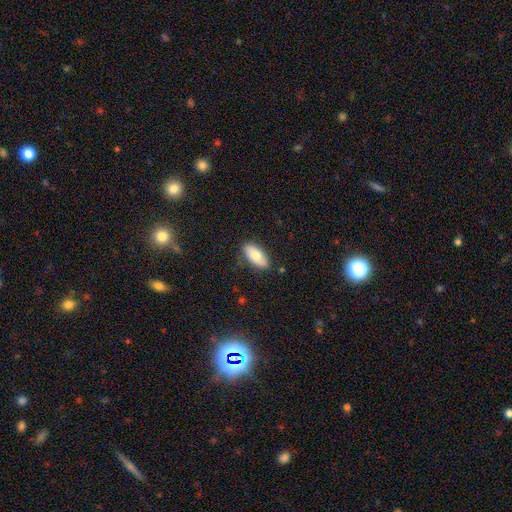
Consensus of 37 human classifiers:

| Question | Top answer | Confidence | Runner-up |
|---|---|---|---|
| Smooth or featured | smooth | 89% | featured or disk (11%) |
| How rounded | in between | 88% | cigar-shaped (12%) |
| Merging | none | 84% | minor disturbance (14%) |